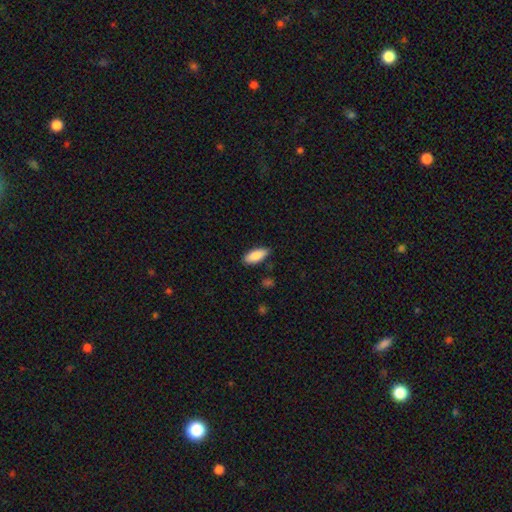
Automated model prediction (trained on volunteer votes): A smooth galaxy with no disk features (86%) that is in between round and cigar-shaped (84%). Merging: none (83%).